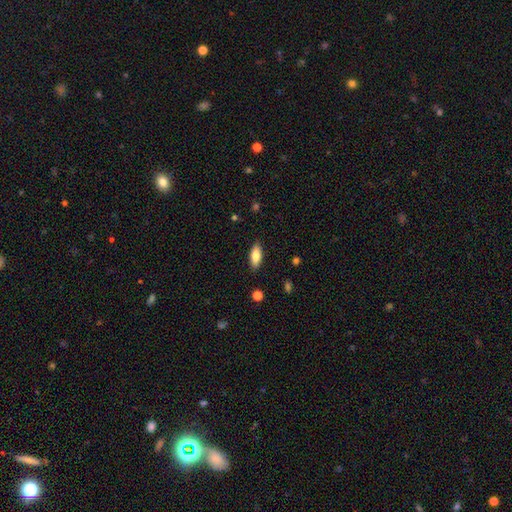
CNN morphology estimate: Smooth or featured?
  - smooth: 78% *
  - featured or disk: 16%
  - star or artifact: 7%
How rounded?
  - in between: 76% *
  - cigar-shaped: 22%
  - round: 2%
Merging?
  - none: 88% *
  - minor disturbance: 9%
  - major disturbance: 2%
  - merger: 1%